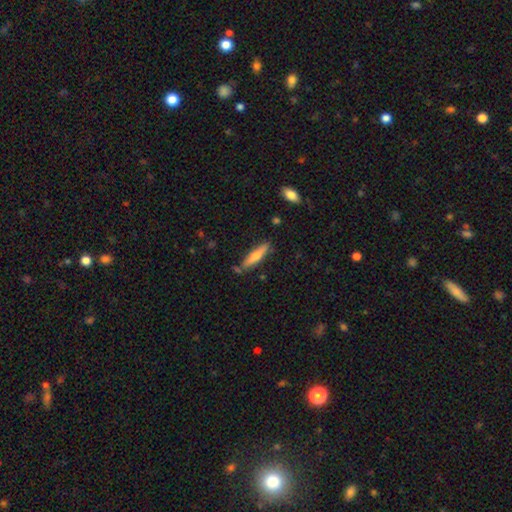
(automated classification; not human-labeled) Morphology: type=smooth (55%); roundness=cigar-shaped (81%); merging=none (79%).